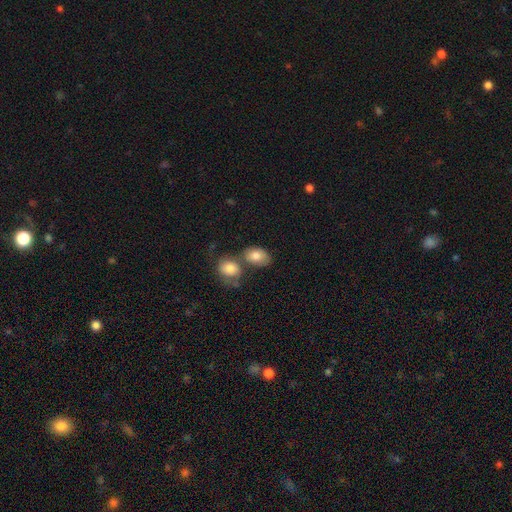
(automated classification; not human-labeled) Smooth or featured? Predicted: smooth (p=0.80). How rounded? Predicted: in between (p=0.77). Merging? Predicted: merger (p=0.45).